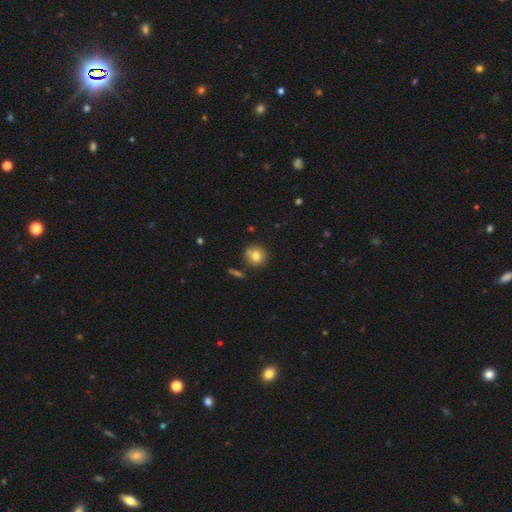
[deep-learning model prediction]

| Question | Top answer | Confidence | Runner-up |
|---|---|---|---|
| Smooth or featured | smooth | 77% | featured or disk (12%) |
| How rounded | round | 89% | in between (10%) |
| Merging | none | 74% | minor disturbance (12%) |